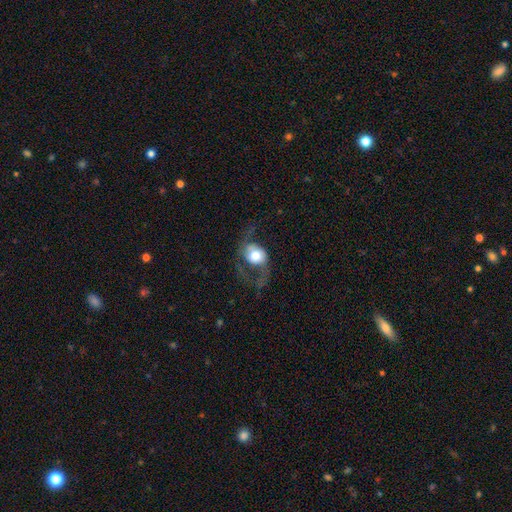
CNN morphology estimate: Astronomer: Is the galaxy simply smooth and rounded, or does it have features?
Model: featured or disk — 57% (runner-up: smooth, 36%).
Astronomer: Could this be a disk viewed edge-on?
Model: no — 95%.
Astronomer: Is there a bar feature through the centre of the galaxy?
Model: no — 72%.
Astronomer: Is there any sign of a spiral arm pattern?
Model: yes — 75%.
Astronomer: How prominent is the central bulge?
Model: moderate — 45% (runner-up: large, 37%).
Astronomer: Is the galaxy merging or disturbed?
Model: none — 41% (runner-up: major disturbance, 39%).